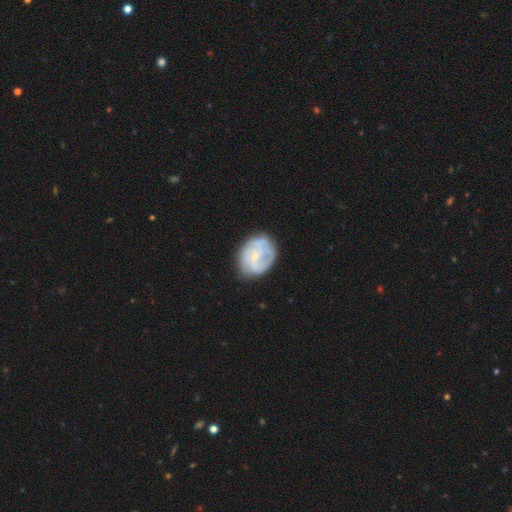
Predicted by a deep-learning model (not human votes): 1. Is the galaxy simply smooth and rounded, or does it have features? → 65% featured or disk, 29% smooth, 7% star or artifact.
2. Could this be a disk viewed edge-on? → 98% no, 2% yes.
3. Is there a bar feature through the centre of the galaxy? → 65% no, 30% weak, 5% strong.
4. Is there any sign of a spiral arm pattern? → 78% yes, 22% no.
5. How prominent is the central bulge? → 72% small, 20% moderate, 6% none, 1% large, 1% dominant.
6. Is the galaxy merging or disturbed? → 69% none, 22% minor disturbance, 8% major disturbance, 2% merger.